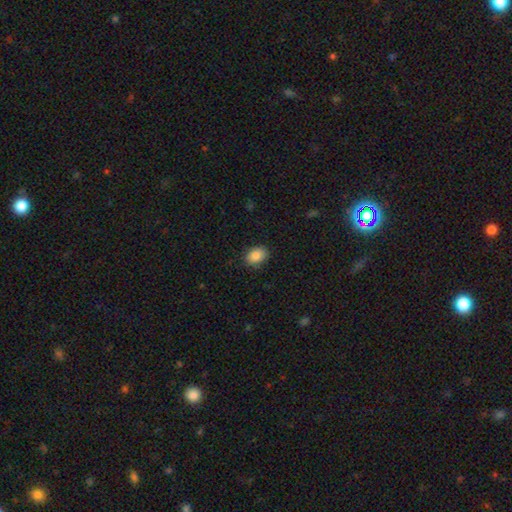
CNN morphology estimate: Smooth or featured? smooth (86%)
How rounded? in between (78%)
Merging? none (85%)